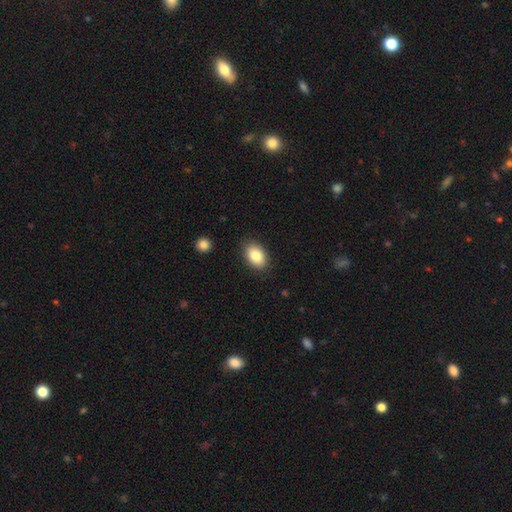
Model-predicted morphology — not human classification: Smooth or featured? smooth (85%)
How rounded? in between (89%)
Merging? none (86%)